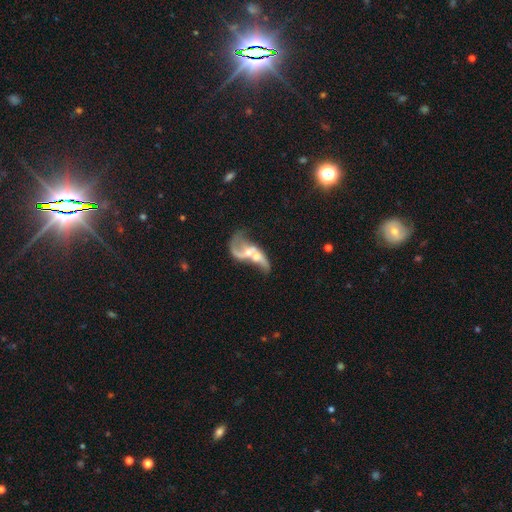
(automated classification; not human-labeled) featured or disk 71%, smooth 19%, star or artifact 10%. Down the decision tree: edge-on disk — no (93%); bar — no (62%); spiral arms — yes (69%); bulge size — moderate (46%); merging — merger (68%).